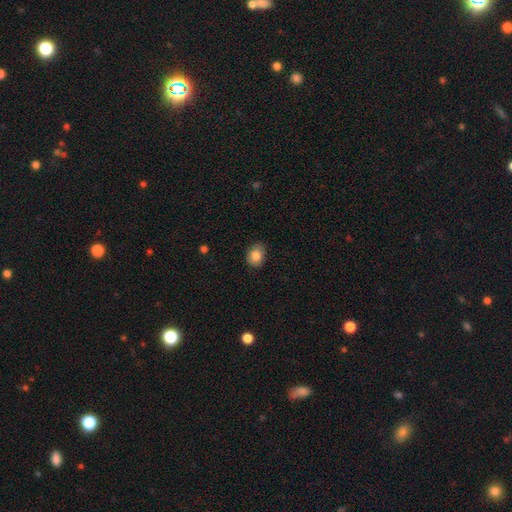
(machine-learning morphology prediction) Smooth or featured? smooth (83%)
How rounded? in between (54%)
Merging? none (83%)